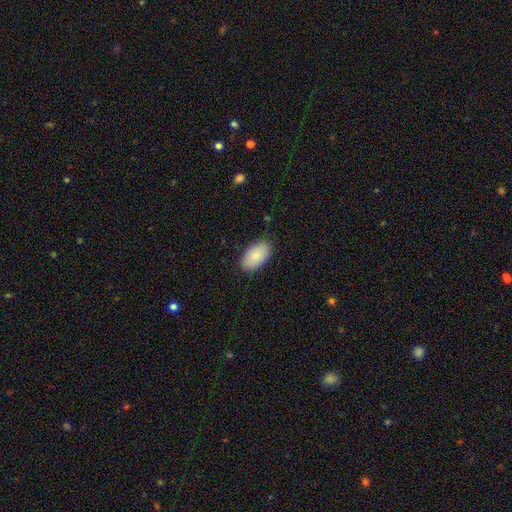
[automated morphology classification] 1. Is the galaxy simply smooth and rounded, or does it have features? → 84% smooth, 10% featured or disk, 6% star or artifact.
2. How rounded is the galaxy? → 95% in between, 3% round, 2% cigar-shaped.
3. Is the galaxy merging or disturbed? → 86% none, 11% minor disturbance, 2% major disturbance, 1% merger.